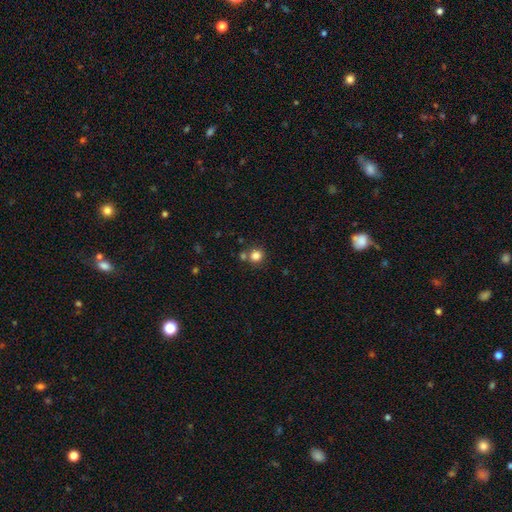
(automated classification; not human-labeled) Smooth or featured? Predicted: smooth (p=0.82). How rounded? Predicted: round (p=0.89). Merging? Predicted: none (p=0.71).